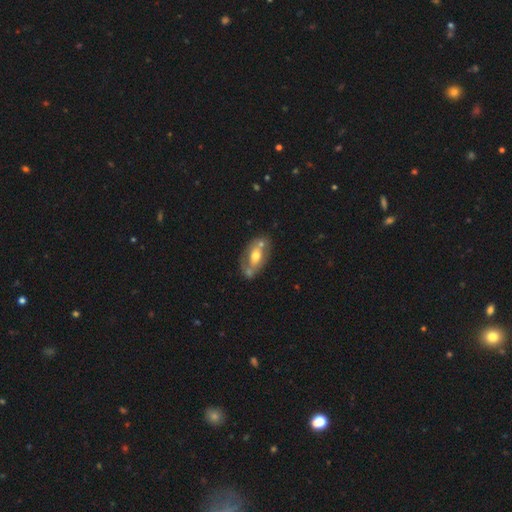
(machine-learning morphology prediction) featured or disk 51%, smooth 42%, star or artifact 6%. Down the decision tree: edge-on disk — no (87%); merging — none (54%).